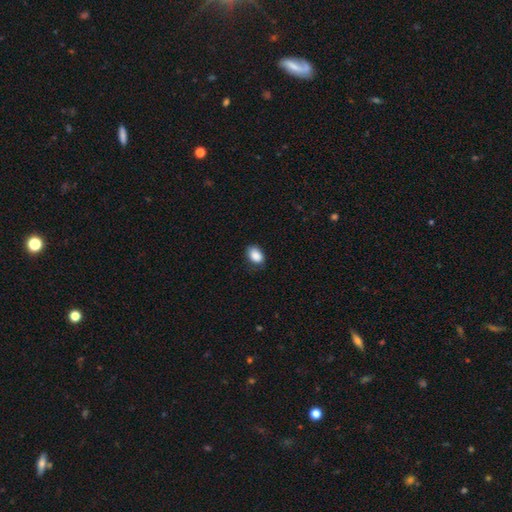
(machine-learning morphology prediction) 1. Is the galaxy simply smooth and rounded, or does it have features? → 88% smooth, 8% star or artifact, 4% featured or disk.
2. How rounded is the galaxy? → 83% in between, 16% round, 1% cigar-shaped.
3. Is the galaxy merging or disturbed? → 74% none, 21% minor disturbance, 4% major disturbance, 1% merger.